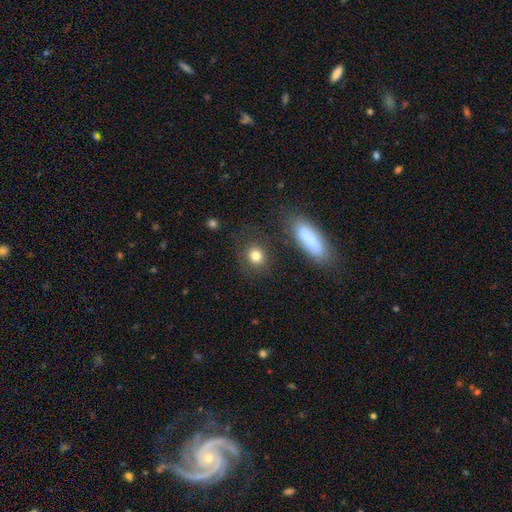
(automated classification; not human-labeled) Smooth or featured? smooth (82%)
How rounded? round (72%)
Merging? none (79%)